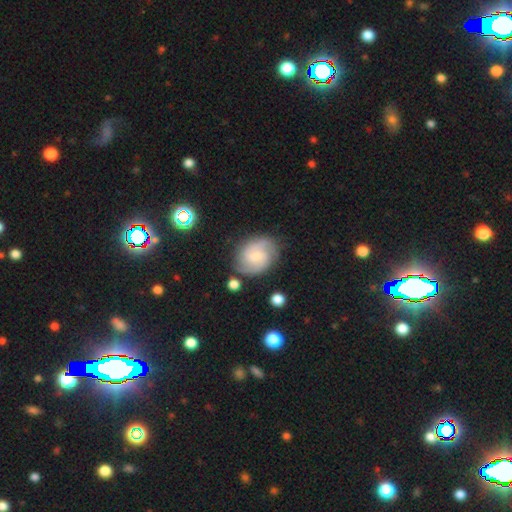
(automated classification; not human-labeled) Smooth or featured? featured or disk (72%)
Edge-on disk? no (98%)
Bar? no (52%)
Spiral arms? yes (95%)
Spiral winding? medium (48%)
Spiral arm count? 2 (62%)
Bulge size? small (64%)
Merging? none (75%)